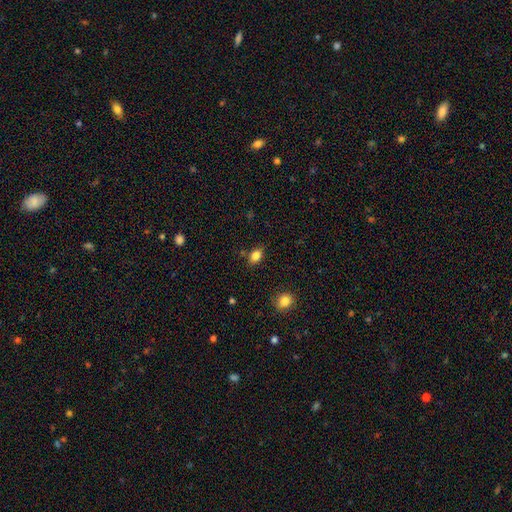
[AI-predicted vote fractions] Overall: smooth (84%). How rounded: in between (74%). Merging: none (79%).